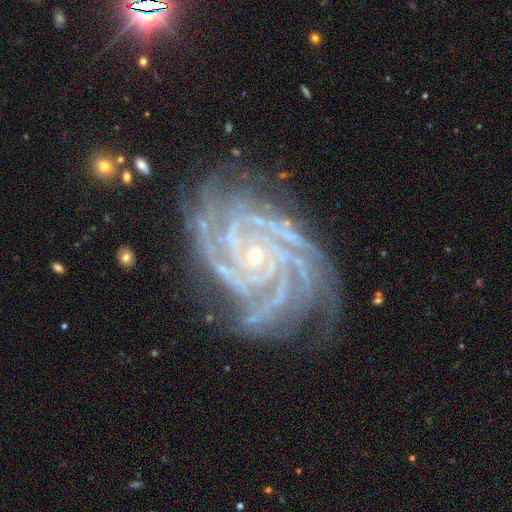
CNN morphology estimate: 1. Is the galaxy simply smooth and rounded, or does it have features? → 92% featured or disk, 5% star or artifact, 2% smooth.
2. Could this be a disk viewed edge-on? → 98% no, 2% yes.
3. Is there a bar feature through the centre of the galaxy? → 65% no, 22% weak, 13% strong.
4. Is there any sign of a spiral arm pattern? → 99% yes, 1% no.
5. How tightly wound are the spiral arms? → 80% tight, 18% medium, 2% loose.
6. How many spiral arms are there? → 32% 4, 21% more than 4, 18% 3, 11% can't tell, 10% 2, 8% 1.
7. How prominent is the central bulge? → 79% small, 17% moderate, 2% none, 1% large, 1% dominant.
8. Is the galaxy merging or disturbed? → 73% none, 19% minor disturbance, 6% major disturbance, 2% merger.